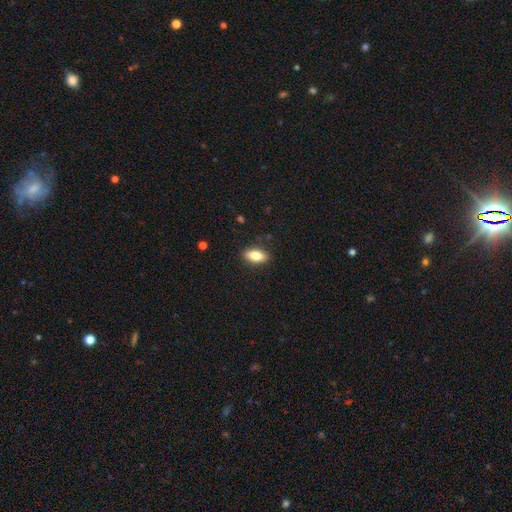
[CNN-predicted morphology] Smooth or featured? Predicted: smooth (p=0.82). How rounded? Predicted: in between (p=0.87). Merging? Predicted: none (p=0.88).